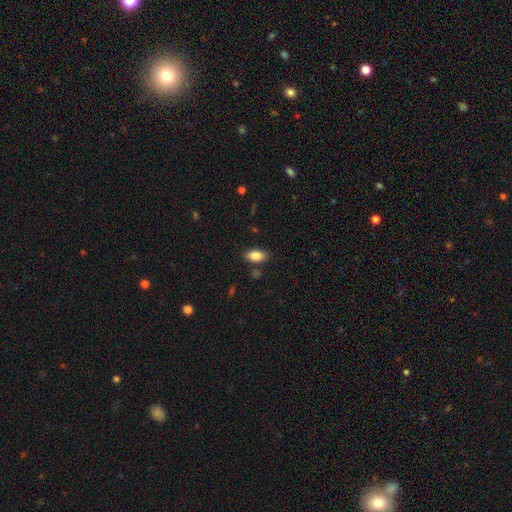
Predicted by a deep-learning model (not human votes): smooth-or-featured: smooth: 85% | star or artifact: 8% | featured or disk: 7%
  how-rounded: in between: 91% | cigar-shaped: 5% | round: 4%
  merging: none: 85% | minor disturbance: 10% | merger: 3% | major disturbance: 2%